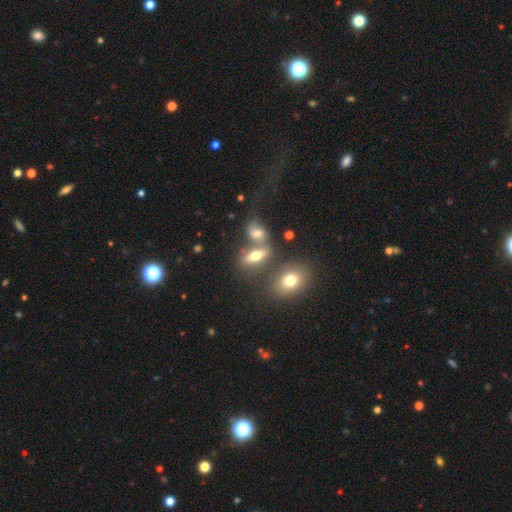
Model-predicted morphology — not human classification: This is possibly a smooth galaxy (57%). How rounded: likely in between (70%). Merging: possibly none (45%).